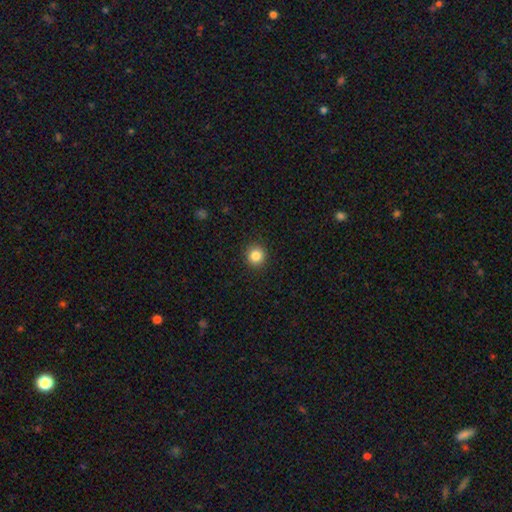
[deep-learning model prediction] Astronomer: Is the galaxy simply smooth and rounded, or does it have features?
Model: smooth — 85%.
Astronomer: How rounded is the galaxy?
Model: round — 93%.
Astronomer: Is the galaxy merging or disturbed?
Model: none — 92%.